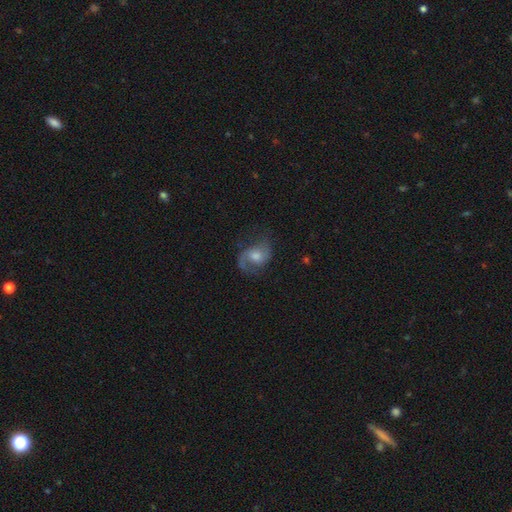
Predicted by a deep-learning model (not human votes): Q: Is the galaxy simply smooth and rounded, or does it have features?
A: featured or disk — 71%.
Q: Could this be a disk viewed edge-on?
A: no — 97%.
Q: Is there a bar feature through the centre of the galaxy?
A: no — 62%.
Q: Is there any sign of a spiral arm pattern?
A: yes — 92%.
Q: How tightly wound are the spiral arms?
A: medium — 45%.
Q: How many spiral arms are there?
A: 2 — 78%.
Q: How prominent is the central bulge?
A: moderate — 61%.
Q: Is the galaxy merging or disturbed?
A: none — 64%.